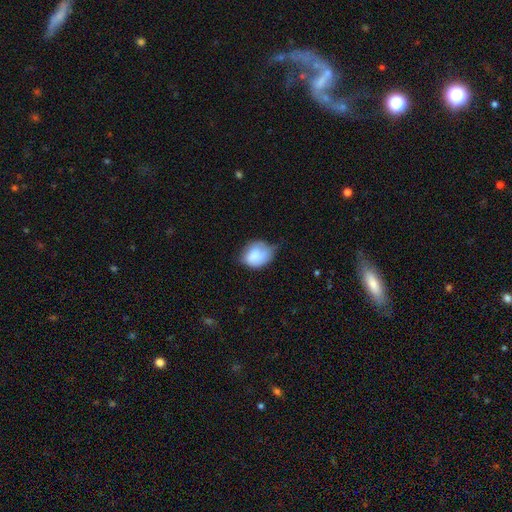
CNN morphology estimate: The model was most divided on "how rounded": in between: 52%, round: 47%, cigar-shaped: 1%. Remaining: smooth or featured — smooth (81%); merging — minor disturbance (45%).